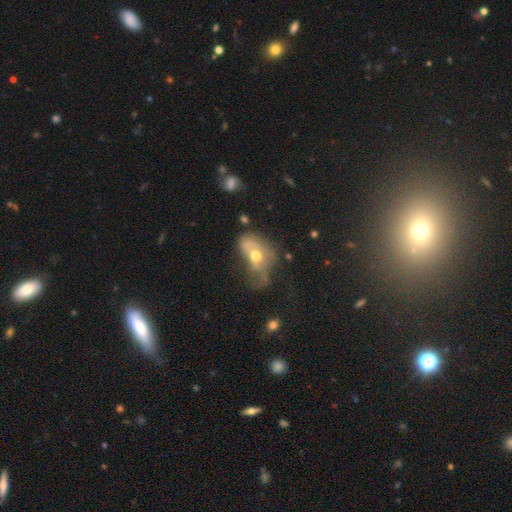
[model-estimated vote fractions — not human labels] smooth_or_featured: smooth (p=0.48) [alt: featured or disk p=0.43]
merging: major disturbance (p=0.51) [alt: minor disturbance p=0.23]